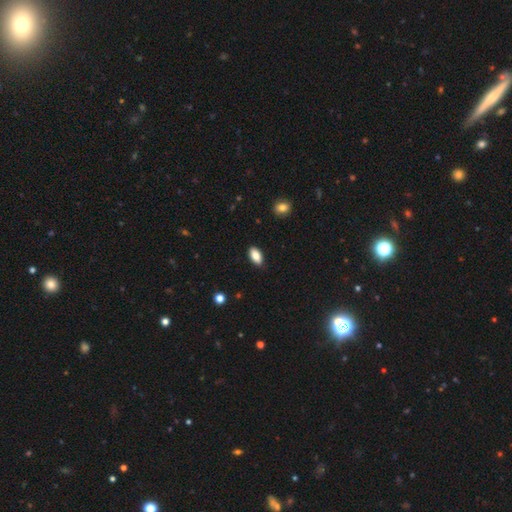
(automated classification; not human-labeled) Smooth or featured?
  - smooth: 86% *
  - star or artifact: 7%
  - featured or disk: 6%
How rounded?
  - in between: 90% *
  - cigar-shaped: 7%
  - round: 3%
Merging?
  - none: 87% *
  - minor disturbance: 10%
  - major disturbance: 2%
  - merger: 1%